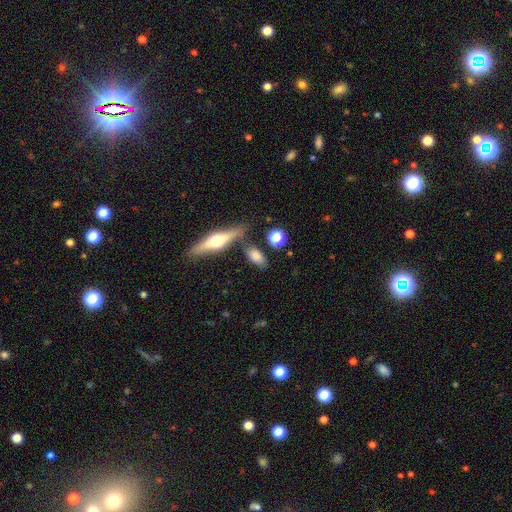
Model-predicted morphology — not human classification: Smooth or featured?
  - smooth: 72% *
  - featured or disk: 19%
  - star or artifact: 9%
How rounded?
  - in between: 75% *
  - cigar-shaped: 15%
  - round: 10%
Merging?
  - none: 70% *
  - minor disturbance: 14%
  - merger: 11%
  - major disturbance: 4%